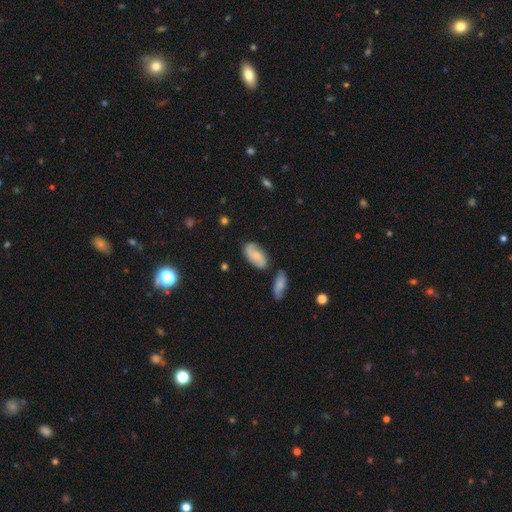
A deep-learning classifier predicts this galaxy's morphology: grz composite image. It shows a featured or disk galaxy (47%). Merging: none (69%).